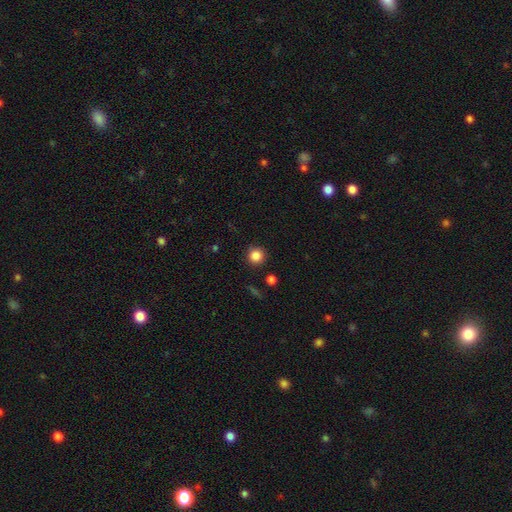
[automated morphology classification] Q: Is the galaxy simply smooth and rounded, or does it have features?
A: smooth — 85%.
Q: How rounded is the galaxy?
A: round — 94%.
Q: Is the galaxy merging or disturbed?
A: none — 89%.